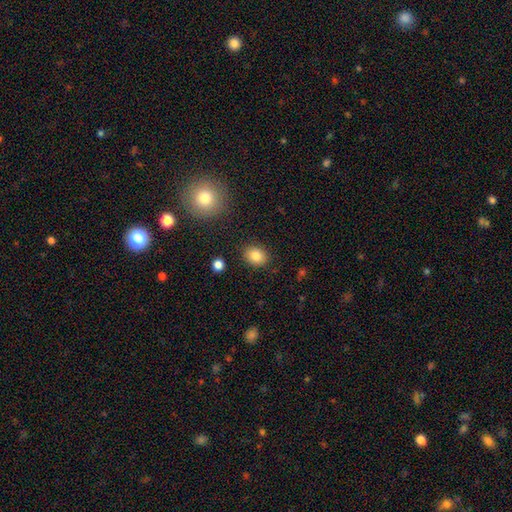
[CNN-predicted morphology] A smooth galaxy with no disk features (84%) that is in between round and cigar-shaped (51%).

Vote fractions:
- Smooth or featured? smooth: 84% / star or artifact: 9% / featured or disk: 6%
- How rounded? in between: 51% / round: 48% / cigar-shaped: 1%
- Merging? none: 86% / minor disturbance: 10% / major disturbance: 3% / merger: 2%